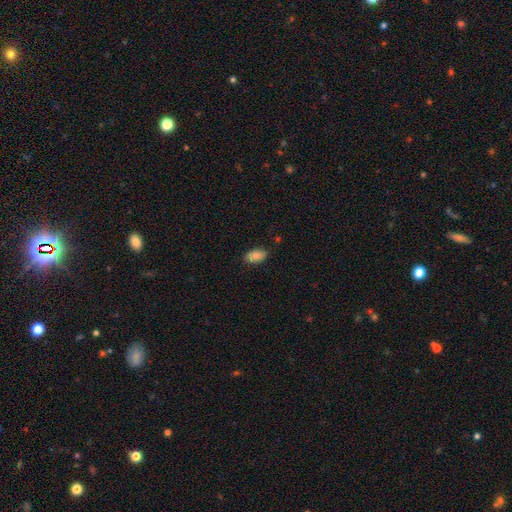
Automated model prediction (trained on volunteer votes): The model was most divided on "smooth or featured": smooth: 77%, featured or disk: 15%, star or artifact: 8%. More confident: how rounded — in between (92%); merging — none (85%).